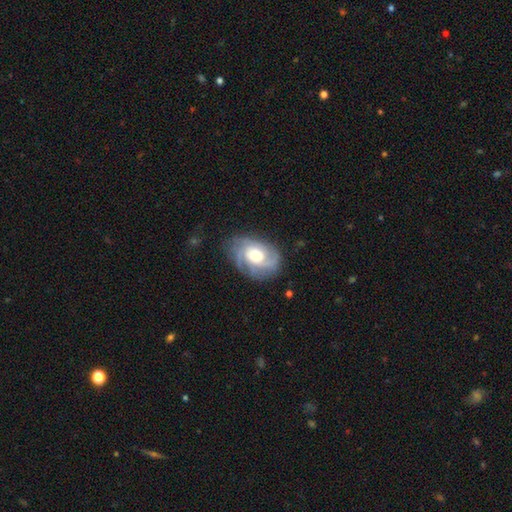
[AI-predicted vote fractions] A featured or disk galaxy (80%) with no bar (71%), 3 (34%) tight (53%) spiral arms (95%) and a moderate central bulge (64%). Merging: none (74%).